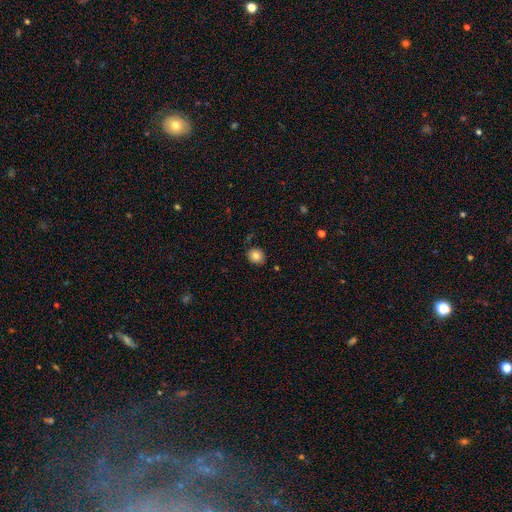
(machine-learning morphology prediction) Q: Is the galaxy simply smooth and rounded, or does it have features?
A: smooth — 82%.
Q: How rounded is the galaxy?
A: round — 75%.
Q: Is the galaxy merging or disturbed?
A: none — 86%.